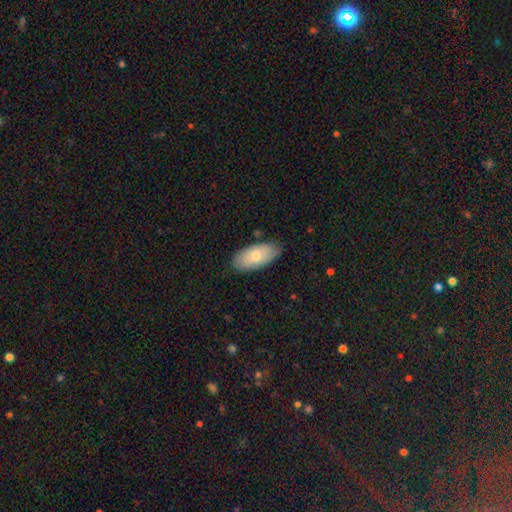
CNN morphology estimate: type=smooth (70%); roundness=in between (93%); merging=none (75%).